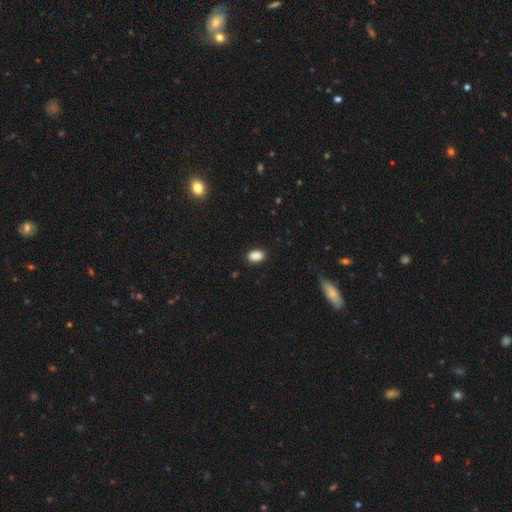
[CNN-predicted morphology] This is clearly a smooth galaxy (89%). How rounded: clearly in between (89%). Merging: clearly none (87%).